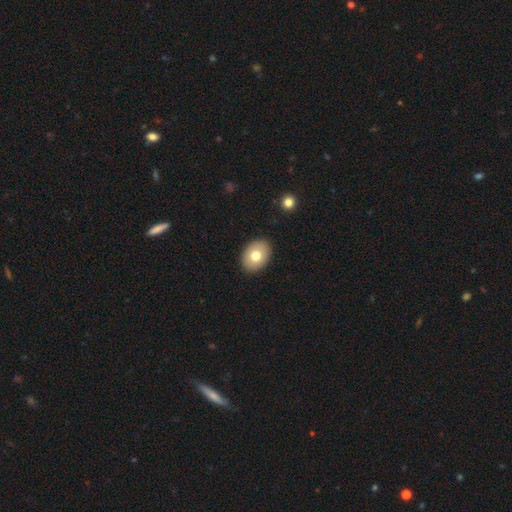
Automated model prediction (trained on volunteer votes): Smooth or featured? smooth (75%)
How rounded? in between (74%)
Merging? none (90%)